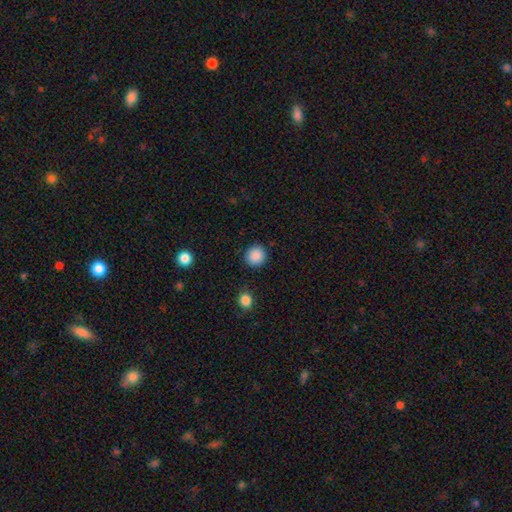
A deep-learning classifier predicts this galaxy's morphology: This appears to be a smooth galaxy with no disk features (88%) that is round (92%). Merging: none (90%).